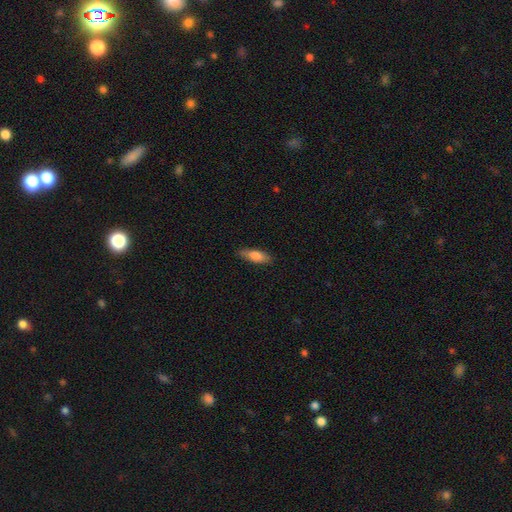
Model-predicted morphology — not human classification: Smooth or featured?
  - smooth: 80% *
  - featured or disk: 14%
  - star or artifact: 6%
How rounded?
  - in between: 57% *
  - cigar-shaped: 41%
  - round: 2%
Merging?
  - none: 84% *
  - minor disturbance: 12%
  - major disturbance: 2%
  - merger: 1%